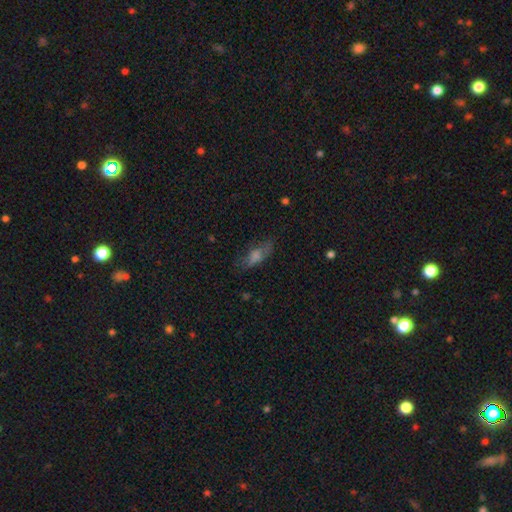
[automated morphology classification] This is possibly a smooth galaxy (50%). Merging: likely none (67%).